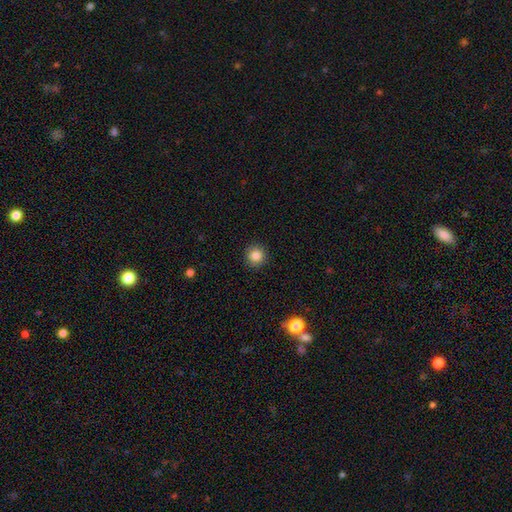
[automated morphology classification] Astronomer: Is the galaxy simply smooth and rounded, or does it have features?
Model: smooth — 85%.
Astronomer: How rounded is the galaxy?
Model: round — 94%.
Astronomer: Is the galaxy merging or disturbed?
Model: none — 92%.